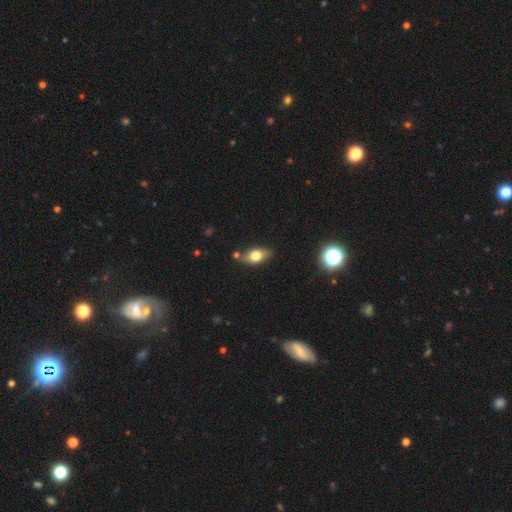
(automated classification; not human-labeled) Smooth or featured? Predicted: smooth (p=0.75). How rounded? Predicted: in between (p=0.86). Merging? Predicted: none (p=0.76).